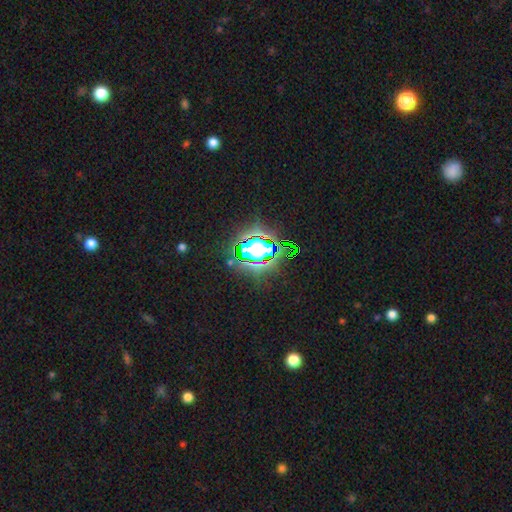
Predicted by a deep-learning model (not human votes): Smooth or featured? Predicted: star or artifact (p=0.82).